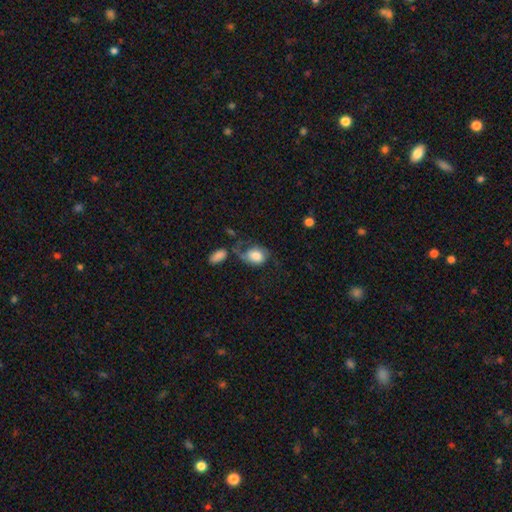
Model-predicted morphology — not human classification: Overall: smooth (69%). How rounded: in between (67%; round 32%). Merging: major disturbance (34%; none 27%).